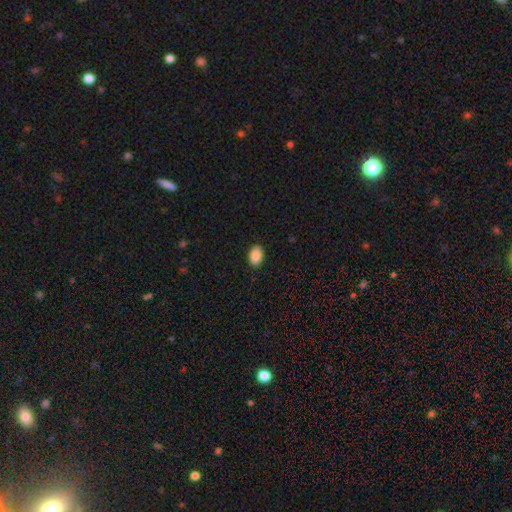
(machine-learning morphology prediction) This appears to be a smooth galaxy with no disk features (89%) that is in between round and cigar-shaped (87%). Merging: none (90%).